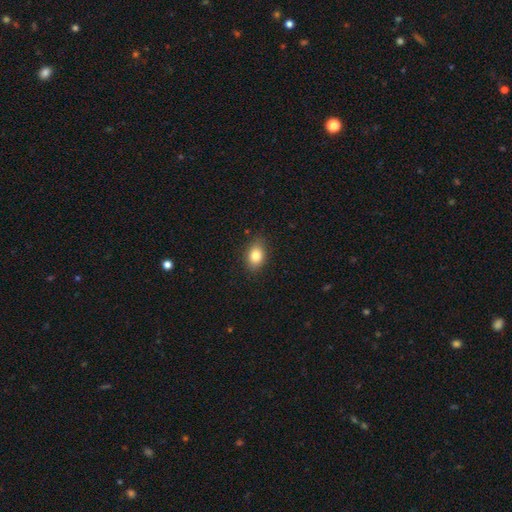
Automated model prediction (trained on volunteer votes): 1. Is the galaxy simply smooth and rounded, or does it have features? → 81% smooth, 9% star or artifact, 9% featured or disk.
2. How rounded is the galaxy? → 75% in between, 23% round, 2% cigar-shaped.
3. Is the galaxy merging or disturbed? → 85% none, 11% minor disturbance, 2% major disturbance, 1% merger.